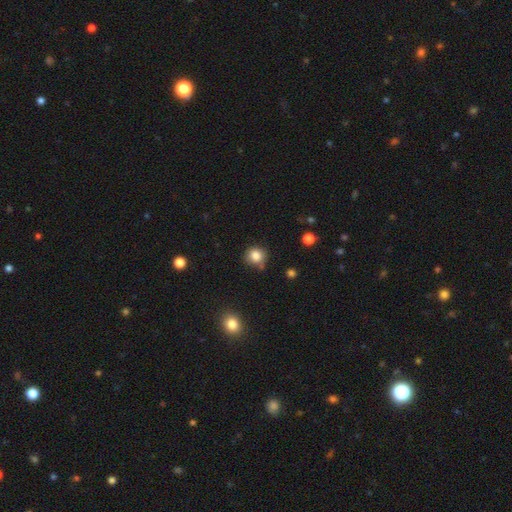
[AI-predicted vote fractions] Smooth or featured: smooth — 83% (star or artifact — 11%)
How rounded: round — 87% (in between — 12%)
Merging: none — 75% (minor disturbance — 15%)